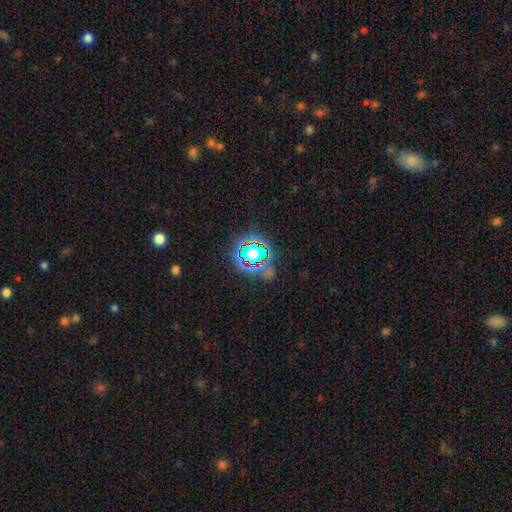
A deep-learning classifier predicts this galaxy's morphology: Q: Smooth or featured?
A: star or artifact (75%); runner-up: smooth (16%)